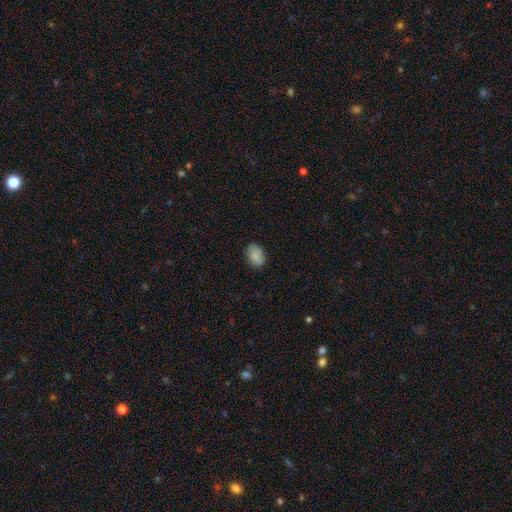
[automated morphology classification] Smooth or featured? smooth (84%)
How rounded? in between (78%)
Merging? none (79%)